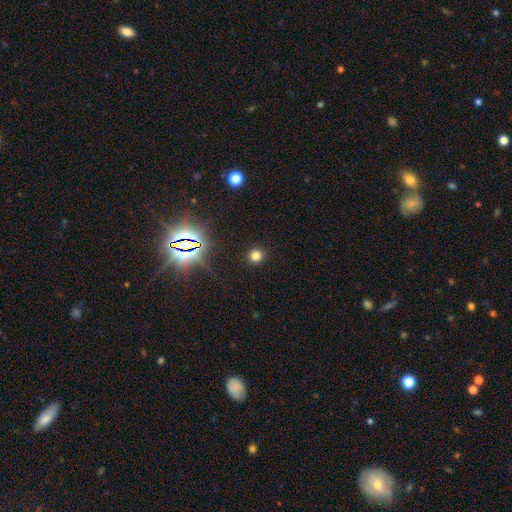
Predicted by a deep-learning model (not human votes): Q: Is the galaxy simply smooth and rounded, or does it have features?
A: smooth — 74%.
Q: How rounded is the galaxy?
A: round — 93%.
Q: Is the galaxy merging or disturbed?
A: none — 92%.